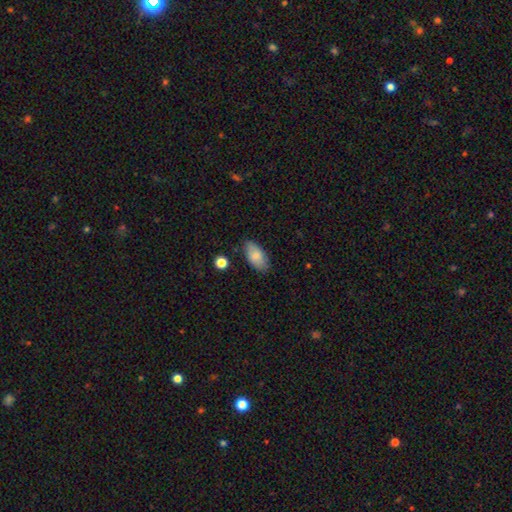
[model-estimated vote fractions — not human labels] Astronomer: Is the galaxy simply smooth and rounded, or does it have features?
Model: smooth — 81%.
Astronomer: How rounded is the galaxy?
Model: in between — 93%.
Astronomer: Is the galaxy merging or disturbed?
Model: none — 77%.